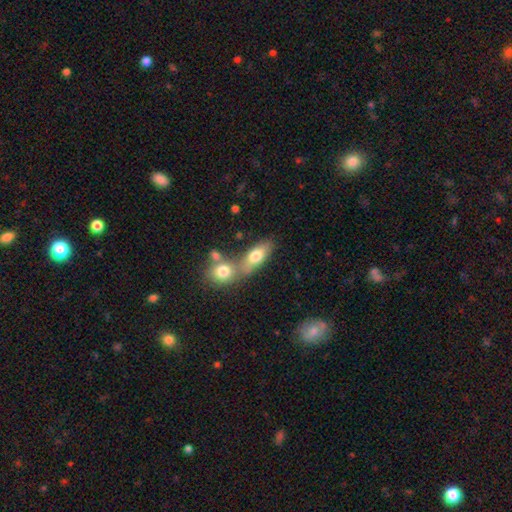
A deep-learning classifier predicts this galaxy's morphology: Smooth or featured: smooth — 74% (featured or disk — 18%)
How rounded: in between — 77% (cigar-shaped — 14%)
Merging: merger — 48% (none — 38%)